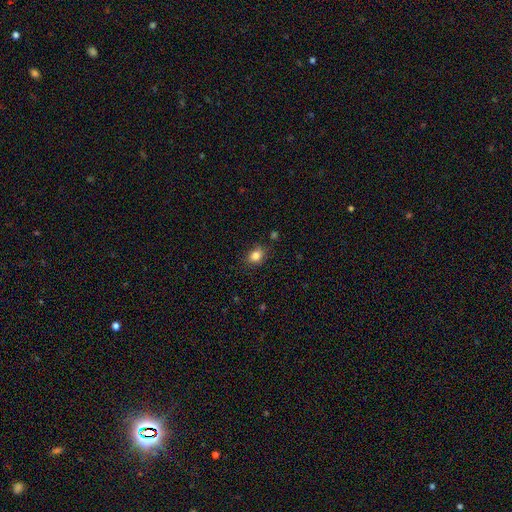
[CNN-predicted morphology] A smooth galaxy with no disk features (83%) that is in between round and cigar-shaped (56%).

Vote fractions:
- Smooth or featured? smooth: 83% / star or artifact: 11% / featured or disk: 6%
- How rounded? in between: 56% / round: 43% / cigar-shaped: 1%
- Merging? none: 79% / minor disturbance: 16% / major disturbance: 3% / merger: 2%